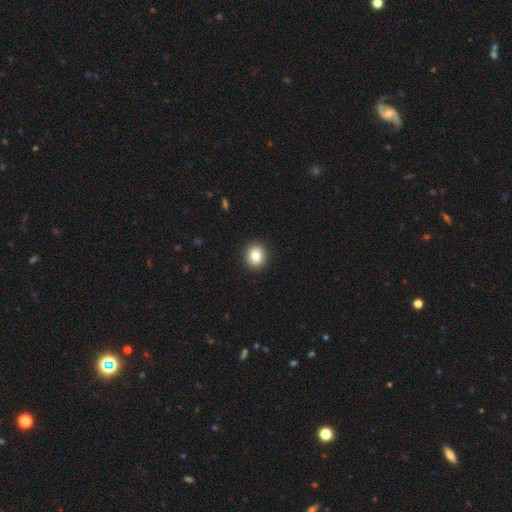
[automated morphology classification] smooth_or_featured: smooth (p=0.81) [alt: star or artifact p=0.10]
how_rounded: round (p=0.88) [alt: in between p=0.11]
merging: none (p=0.93) [alt: minor disturbance p=0.05]